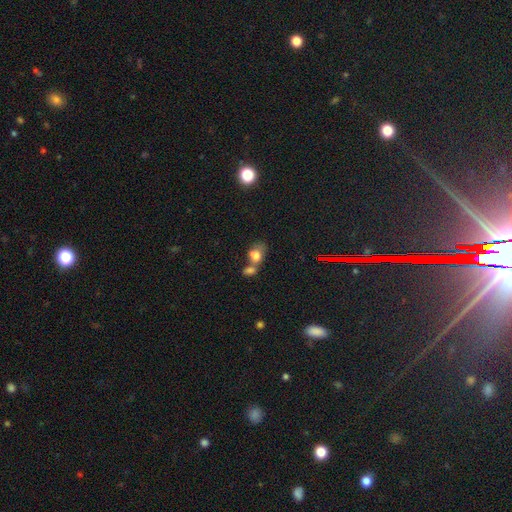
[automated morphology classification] The model was most divided on "how rounded": in between: 67%, round: 31%, cigar-shaped: 2%. More confident: smooth or featured — smooth (74%); merging — merger (61%).